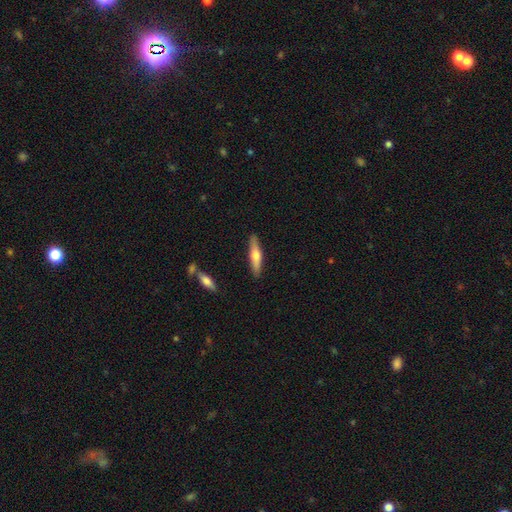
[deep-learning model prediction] This is possibly a smooth galaxy (49%). Merging: clearly none (89%).